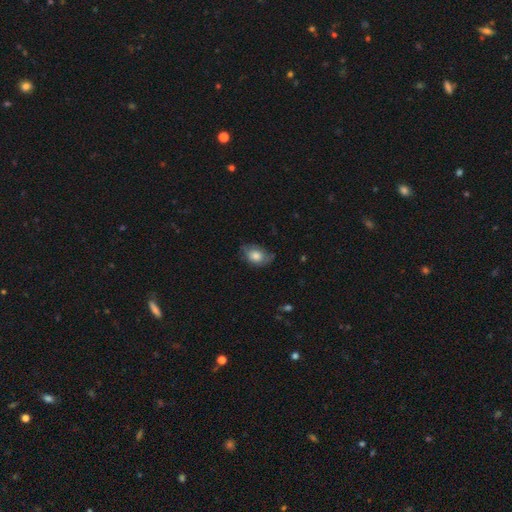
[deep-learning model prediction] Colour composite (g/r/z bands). It shows a smooth galaxy with no disk features (70%) that is in between round and cigar-shaped (79%). Merging: none (59%).